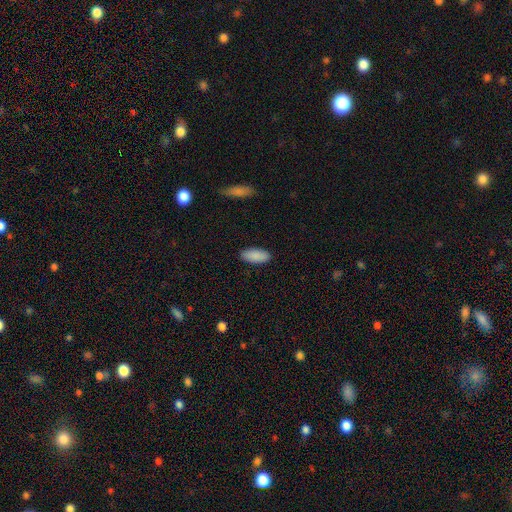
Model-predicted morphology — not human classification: This is clearly a smooth galaxy (90%). How rounded: clearly in between (85%). Merging: clearly none (90%).